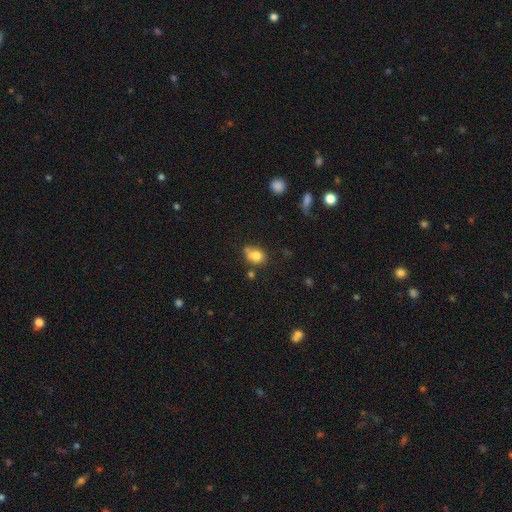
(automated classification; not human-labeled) smooth-or-featured: smooth: 76% | featured or disk: 13% | star or artifact: 11%
  how-rounded: in between: 51% | round: 48% | cigar-shaped: 1%
  merging: none: 46% | merger: 24% | minor disturbance: 22% | major disturbance: 8%